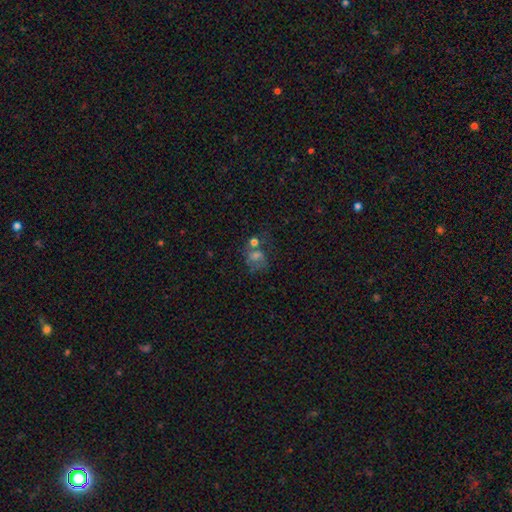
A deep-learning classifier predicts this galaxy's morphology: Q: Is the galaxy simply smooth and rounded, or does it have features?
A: smooth — 46%.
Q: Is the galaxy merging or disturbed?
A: none — 43%.